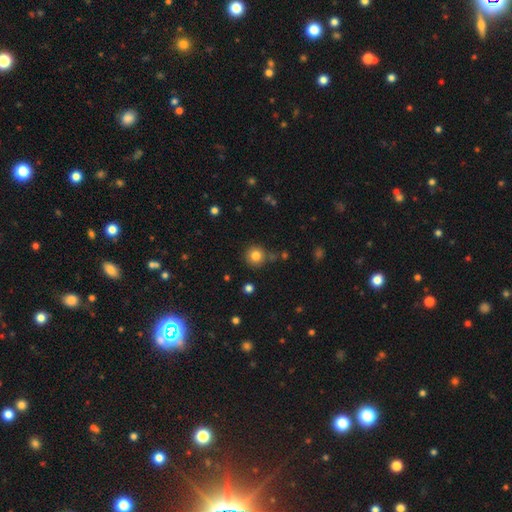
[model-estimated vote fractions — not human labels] A smooth galaxy with no disk features (81%) that is round (93%).

Vote fractions:
- Smooth or featured? smooth: 81% / star or artifact: 12% / featured or disk: 7%
- How rounded? round: 93% / in between: 6% / cigar-shaped: 1%
- Merging? none: 80% / minor disturbance: 11% / merger: 5% / major disturbance: 4%